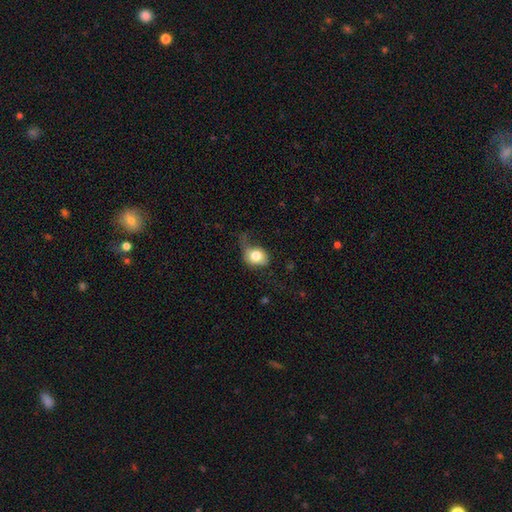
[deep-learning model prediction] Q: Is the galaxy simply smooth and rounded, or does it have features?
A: smooth — 76%.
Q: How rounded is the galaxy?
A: in between — 52%.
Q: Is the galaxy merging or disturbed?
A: minor disturbance — 35%.